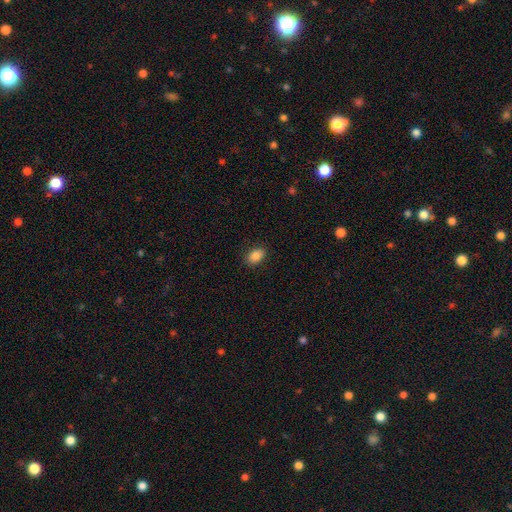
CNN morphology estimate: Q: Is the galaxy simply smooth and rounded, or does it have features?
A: smooth — 87%.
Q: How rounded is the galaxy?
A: in between — 85%.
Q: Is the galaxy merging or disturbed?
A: none — 87%.